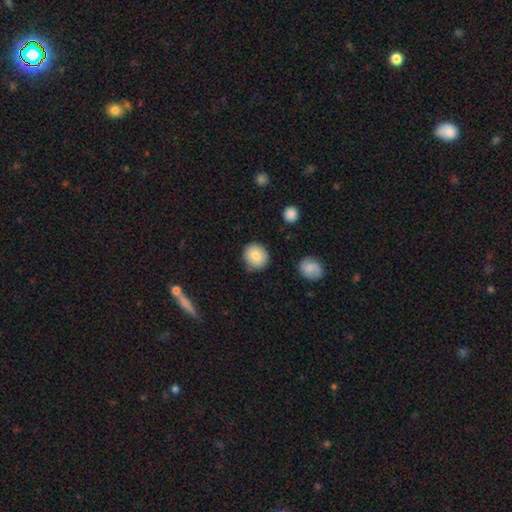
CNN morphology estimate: The model was most divided on "smooth or featured": smooth: 83%, featured or disk: 9%, star or artifact: 8%. More confident: how rounded — round (88%); merging — none (85%).